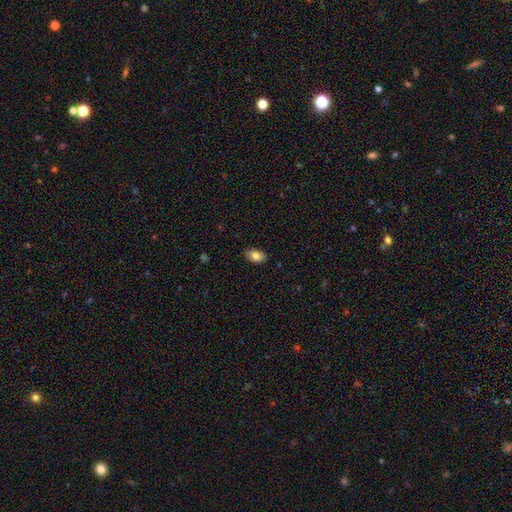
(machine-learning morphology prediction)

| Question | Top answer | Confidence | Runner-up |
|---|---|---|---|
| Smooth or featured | smooth | 83% | featured or disk (9%) |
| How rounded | in between | 90% | round (8%) |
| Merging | none | 86% | minor disturbance (11%) |